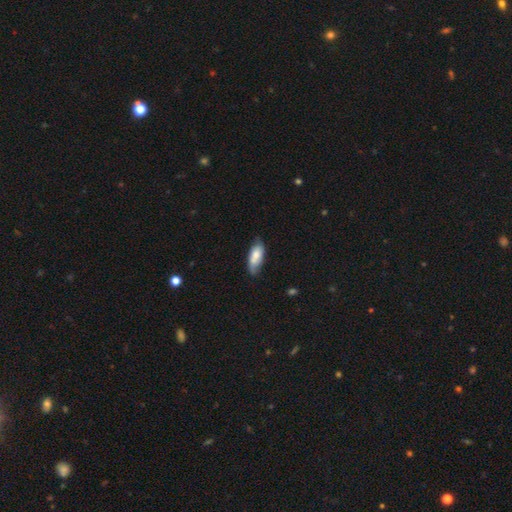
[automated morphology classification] This is likely a smooth galaxy (74%). How rounded: likely in between (79%). Merging: likely none (66%).